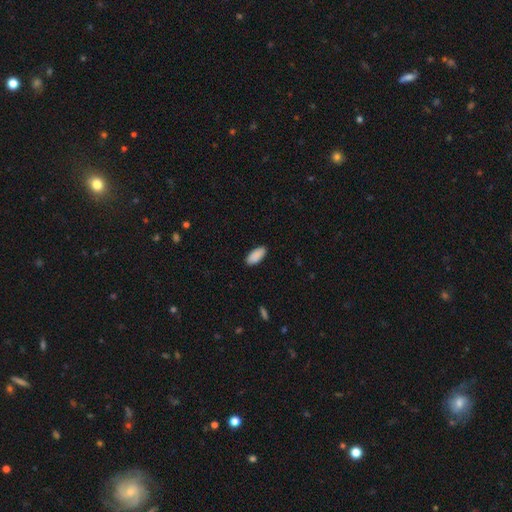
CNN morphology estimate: Smooth or featured: smooth — 90% (star or artifact — 6%)
How rounded: in between — 90% (cigar-shaped — 8%)
Merging: none — 88% (minor disturbance — 9%)